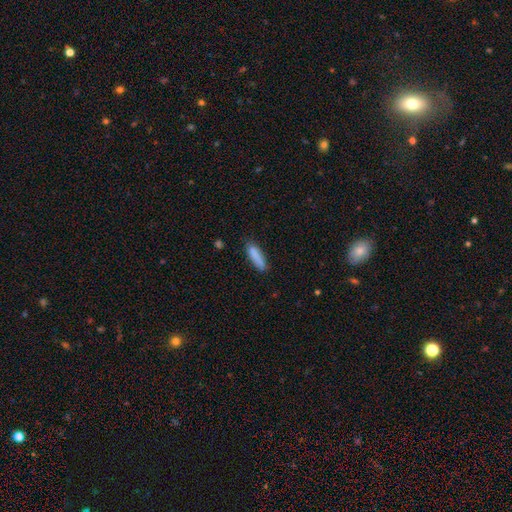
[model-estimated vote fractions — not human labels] smooth_or_featured: smooth (p=0.86) [alt: featured or disk p=0.07]
how_rounded: cigar-shaped (p=0.64) [alt: in between p=0.35]
merging: none (p=0.77) [alt: minor disturbance p=0.17]